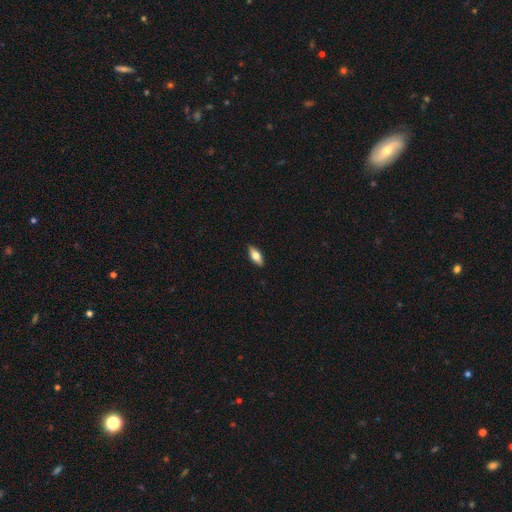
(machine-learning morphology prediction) Smooth or featured? smooth (66%)
How rounded? in between (78%)
Merging? none (90%)